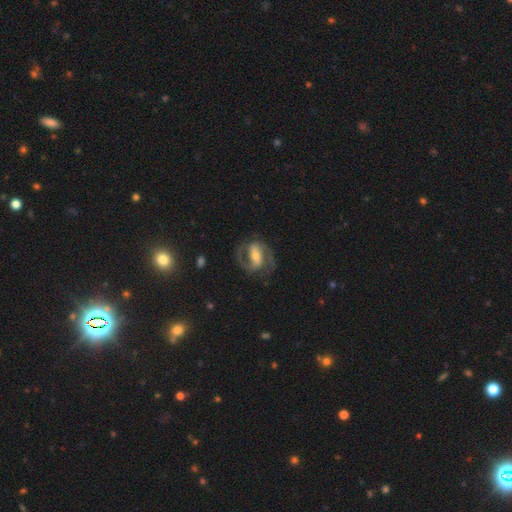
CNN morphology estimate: featured or disk 85%, smooth 9%, star or artifact 5%. Down the decision tree: edge-on disk — no (96%); bar — strong (55%); spiral arms — yes (94%); spiral arm count — 2 (90%); spiral winding — medium (57%); bulge size — moderate (51%); merging — none (75%).